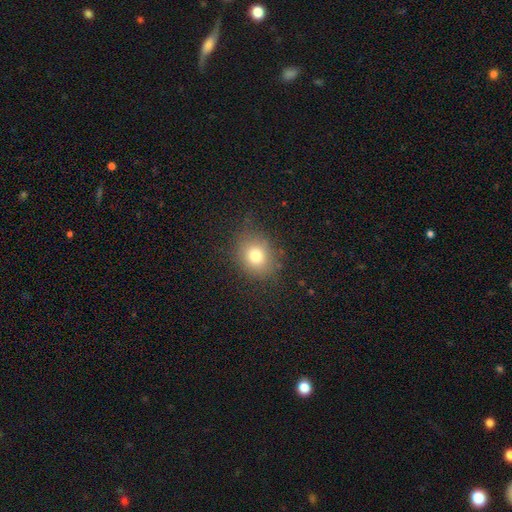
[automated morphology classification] smooth-or-featured: smooth: 76% | star or artifact: 14% | featured or disk: 11%
  how-rounded: round: 63% | in between: 36% | cigar-shaped: 1%
  merging: none: 80% | minor disturbance: 13% | major disturbance: 5% | merger: 1%